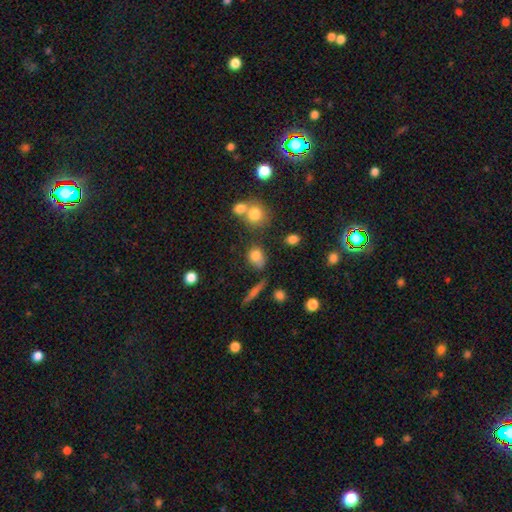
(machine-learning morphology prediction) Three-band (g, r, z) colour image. It shows a smooth galaxy with no disk features (77%) that is round (54%). Merging: none (54%).